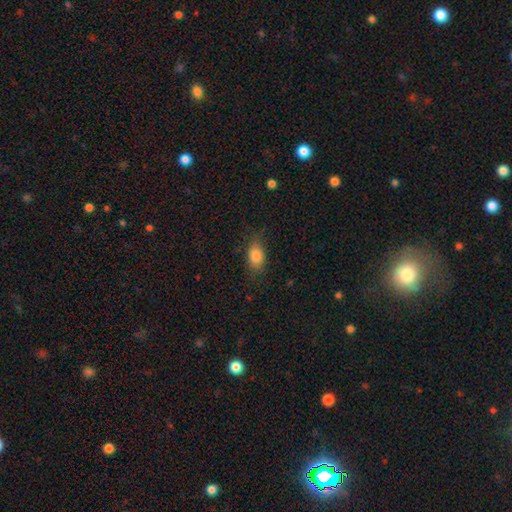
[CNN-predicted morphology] Smooth or featured? Predicted: smooth (p=0.83). How rounded? Predicted: in between (p=0.86). Merging? Predicted: none (p=0.78).